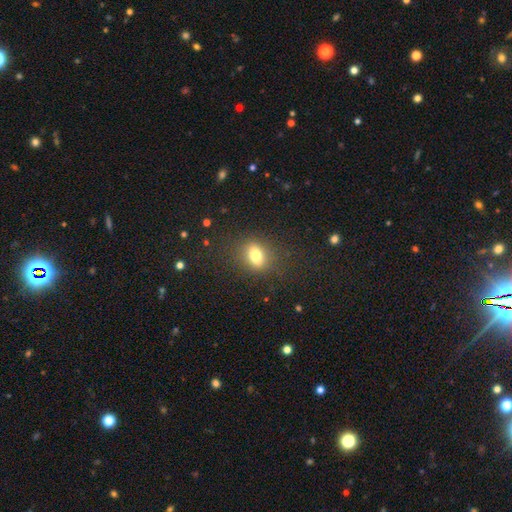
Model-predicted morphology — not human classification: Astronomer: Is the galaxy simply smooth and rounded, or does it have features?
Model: smooth — 76%.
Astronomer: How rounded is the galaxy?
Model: in between — 66%.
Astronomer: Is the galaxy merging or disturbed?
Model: none — 82%.